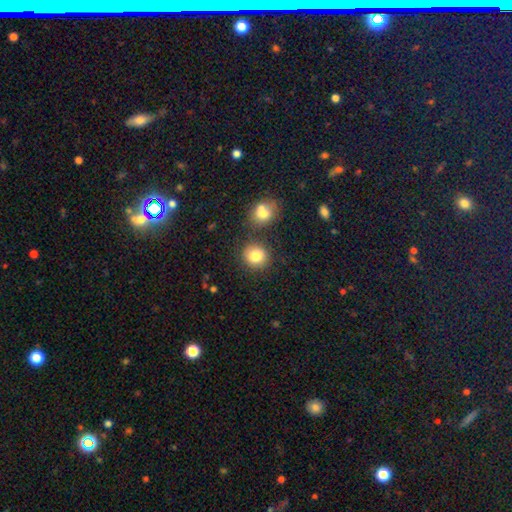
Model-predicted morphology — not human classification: type=smooth (83%); roundness=round (82%); merging=none (79%).